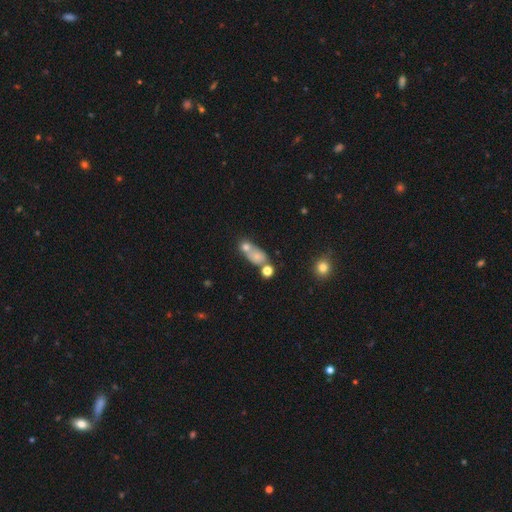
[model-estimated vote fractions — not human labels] This appears to be a smooth galaxy with no disk features (66%) that is in between round and cigar-shaped (60%). Merging: merger (47%).